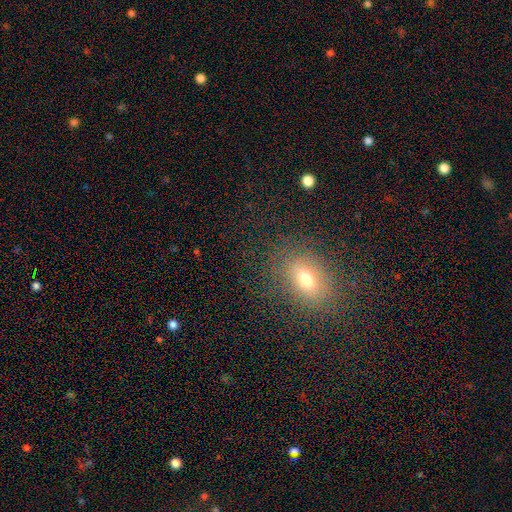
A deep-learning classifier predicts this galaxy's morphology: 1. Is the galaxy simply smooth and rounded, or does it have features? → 64% smooth, 21% star or artifact, 15% featured or disk.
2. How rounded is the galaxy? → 68% in between, 30% round, 2% cigar-shaped.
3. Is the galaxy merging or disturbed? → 85% none, 10% minor disturbance, 4% major disturbance, 1% merger.